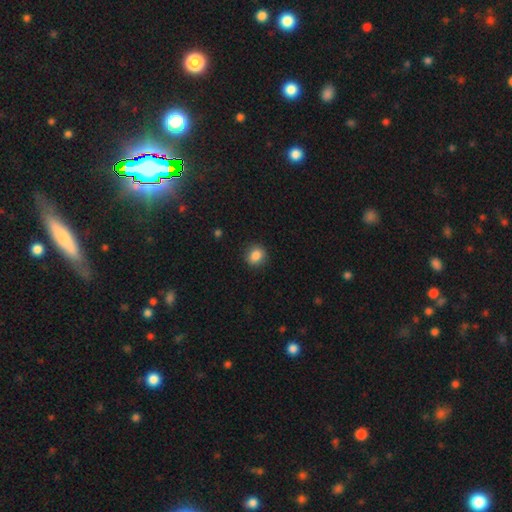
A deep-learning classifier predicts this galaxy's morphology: This appears to be a smooth galaxy with no disk features (87%) that is round (72%). Merging: none (88%).